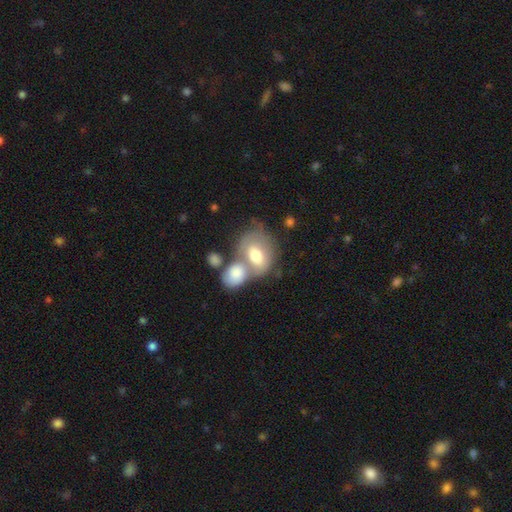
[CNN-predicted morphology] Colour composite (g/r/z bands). It shows a smooth galaxy with no disk features (65%) that is in between round and cigar-shaped (65%). Merging: merger (54%).